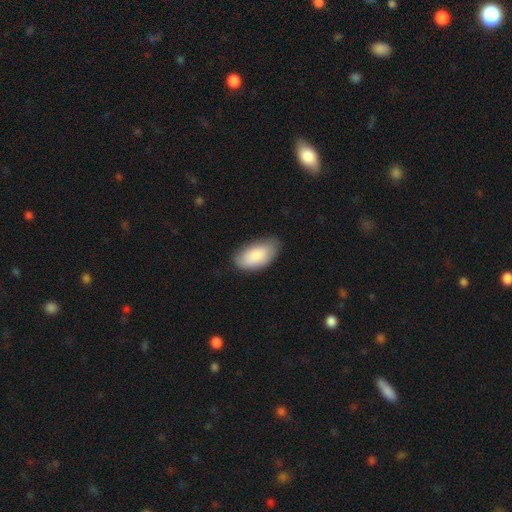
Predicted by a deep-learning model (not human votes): smooth-or-featured: smooth: 83% | featured or disk: 12% | star or artifact: 6%
  how-rounded: in between: 95% | round: 3% | cigar-shaped: 2%
  merging: none: 75% | minor disturbance: 21% | major disturbance: 4% | merger: 1%